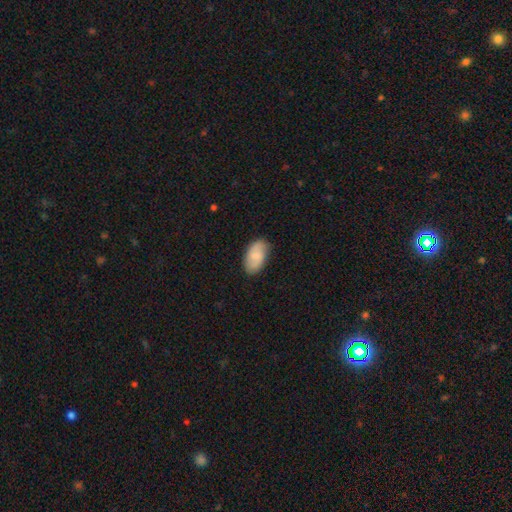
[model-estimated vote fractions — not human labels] Overall: smooth (74%). How rounded: in between (94%). Merging: none (80%).